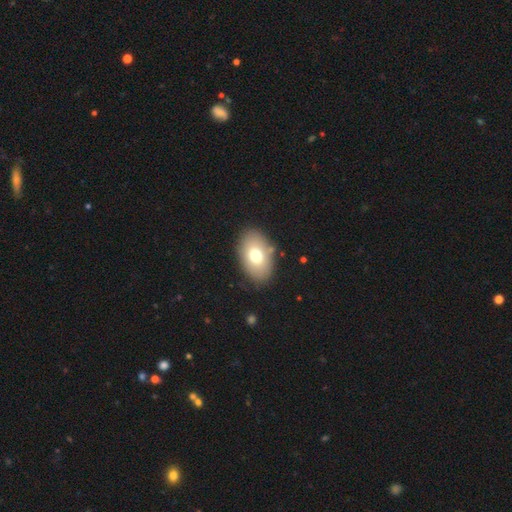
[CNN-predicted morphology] smooth-or-featured: smooth: 72% | featured or disk: 19% | star or artifact: 8%
  how-rounded: in between: 89% | round: 10% | cigar-shaped: 1%
  merging: none: 85% | minor disturbance: 10% | major disturbance: 3% | merger: 2%